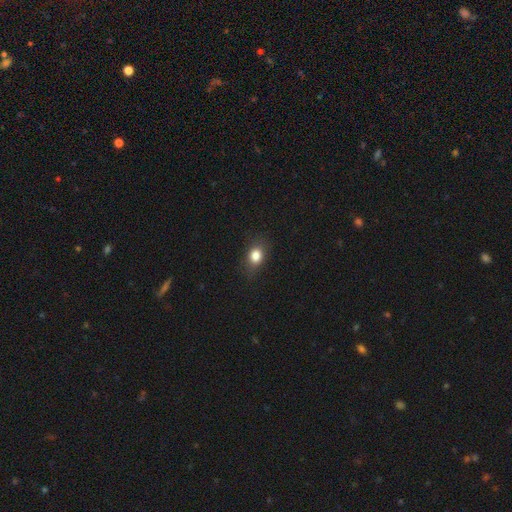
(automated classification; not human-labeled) smooth-or-featured: smooth: 82% | star or artifact: 11% | featured or disk: 7%
  how-rounded: in between: 57% | round: 41% | cigar-shaped: 2%
  merging: none: 78% | minor disturbance: 16% | major disturbance: 5% | merger: 1%